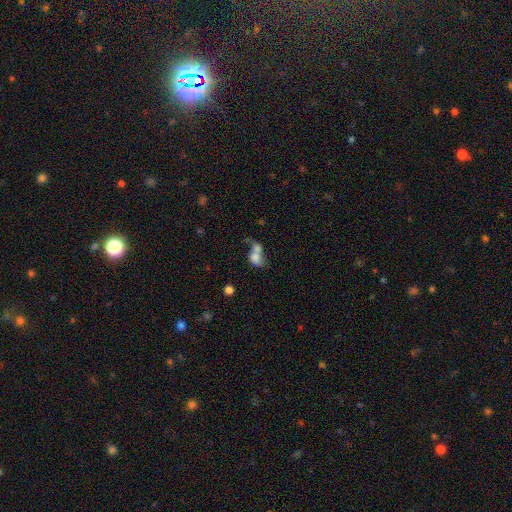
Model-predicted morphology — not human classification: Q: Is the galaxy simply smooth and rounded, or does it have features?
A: smooth — 65%.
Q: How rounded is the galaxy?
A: in between — 68%.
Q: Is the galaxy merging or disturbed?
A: merger — 63%.